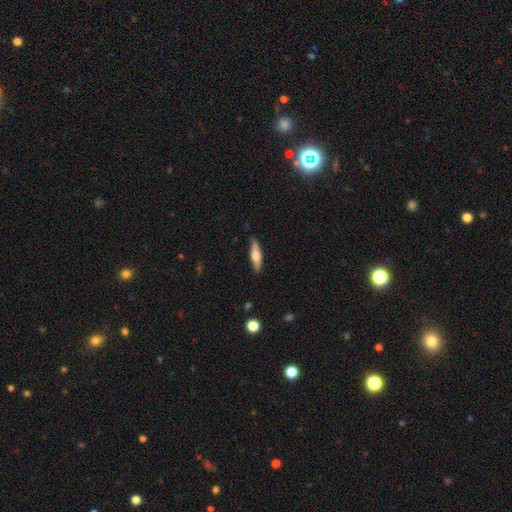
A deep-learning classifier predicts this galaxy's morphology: Smooth or featured? Predicted: smooth (p=0.47, tied with featured or disk). Merging? Predicted: none (p=0.85).